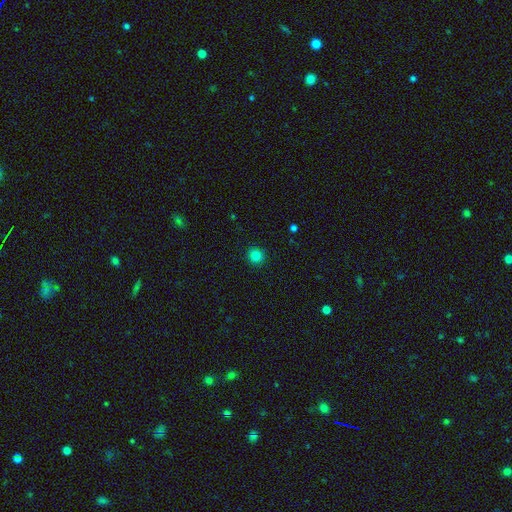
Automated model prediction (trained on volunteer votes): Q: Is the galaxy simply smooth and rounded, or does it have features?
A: smooth — 83%.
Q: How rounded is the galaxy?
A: round — 94%.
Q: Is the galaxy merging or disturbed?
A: none — 92%.